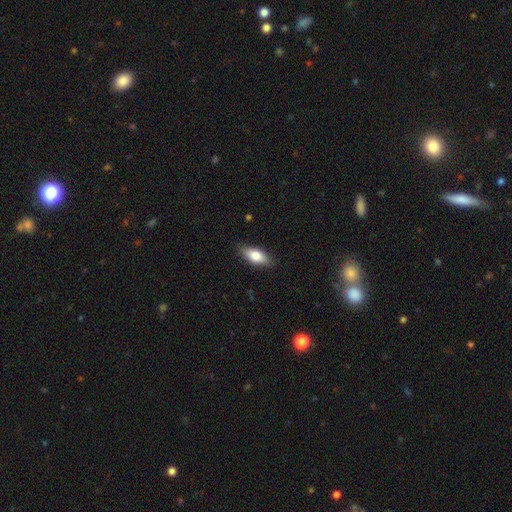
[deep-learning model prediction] Overall: smooth (77%). How rounded: in between (84%). Merging: none (85%).